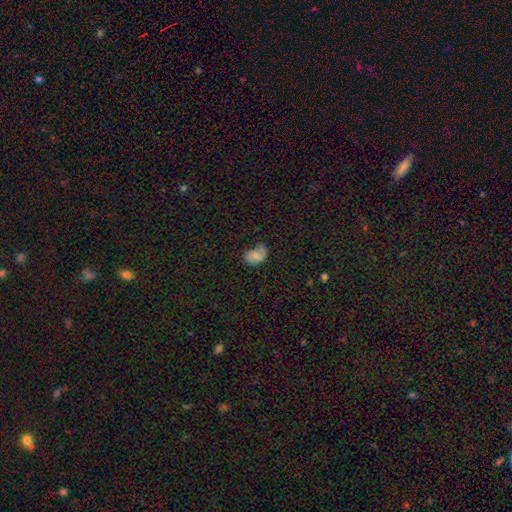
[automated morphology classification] Q: Smooth or featured?
A: smooth (63%); runner-up: featured or disk (25%)
Q: How rounded?
A: in between (79%); runner-up: round (19%)
Q: Merging?
A: none (39%); runner-up: minor disturbance (36%)